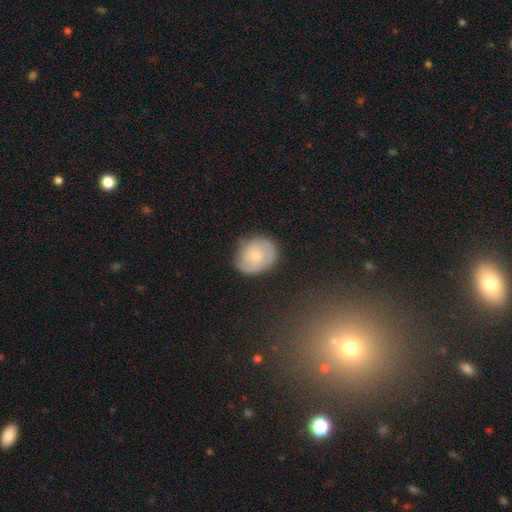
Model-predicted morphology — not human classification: featured or disk 46% (tied), smooth 46% (tied), star or artifact 8%. Down the decision tree: merging — none (71%).